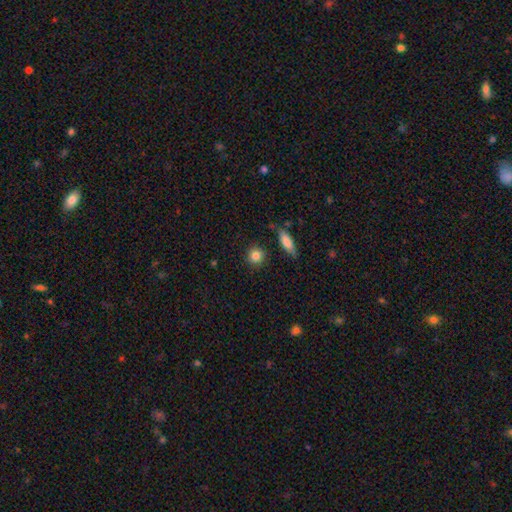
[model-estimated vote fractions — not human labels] Smooth or featured? smooth (84%)
How rounded? round (87%)
Merging? none (86%)